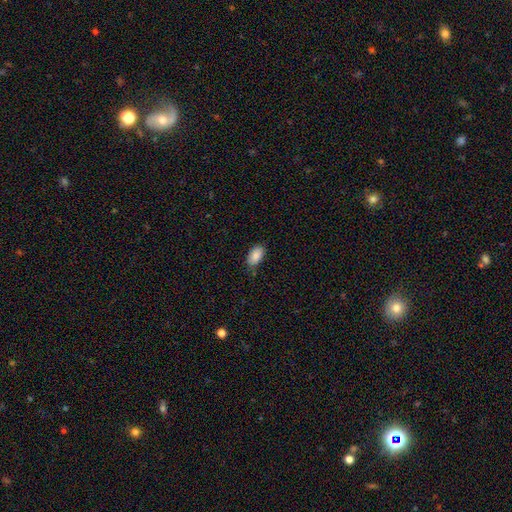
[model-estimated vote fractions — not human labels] Smooth or featured? Predicted: smooth (p=0.87). How rounded? Predicted: in between (p=0.94). Merging? Predicted: none (p=0.79).